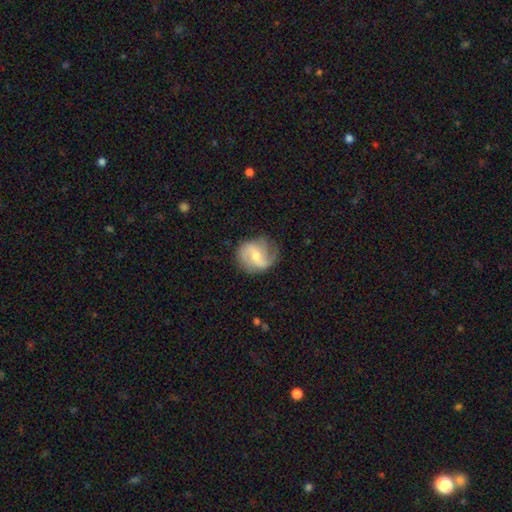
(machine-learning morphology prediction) Smooth or featured? featured or disk (72%)
Edge-on disk? no (97%)
Bar? weak (51%)
Spiral arms? yes (92%)
Spiral winding? loose (43%)
Spiral arm count? 2 (78%)
Bulge size? moderate (51%)
Merging? none (71%)